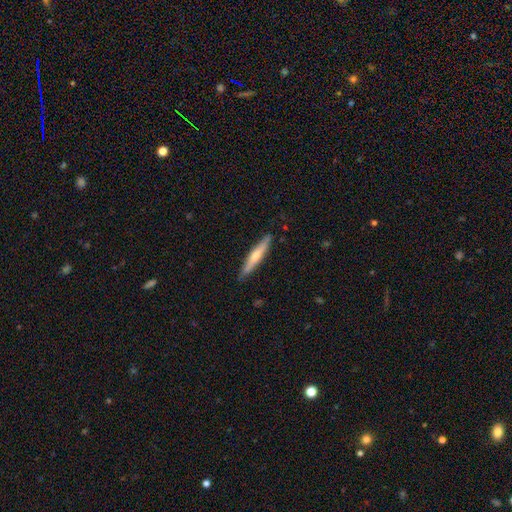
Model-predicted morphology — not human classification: featured or disk 55%, smooth 39%, star or artifact 6%. Down the decision tree: edge-on disk — yes (95%); edge-on bulge — rounded (80%); merging — none (89%).